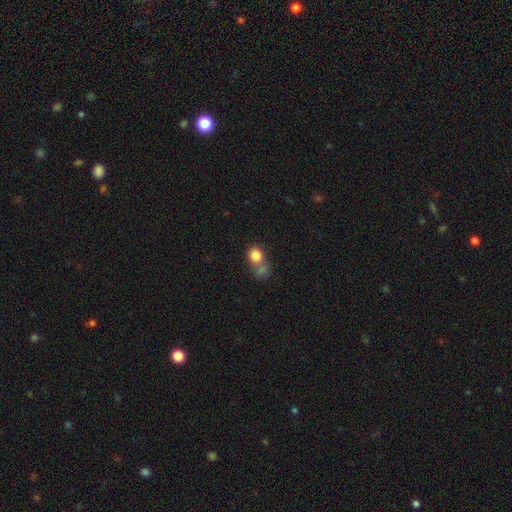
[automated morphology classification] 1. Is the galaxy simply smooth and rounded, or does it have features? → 81% smooth, 10% star or artifact, 8% featured or disk.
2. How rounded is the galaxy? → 68% round, 31% in between, 1% cigar-shaped.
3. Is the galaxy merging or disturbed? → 45% merger, 38% none, 11% minor disturbance, 6% major disturbance.